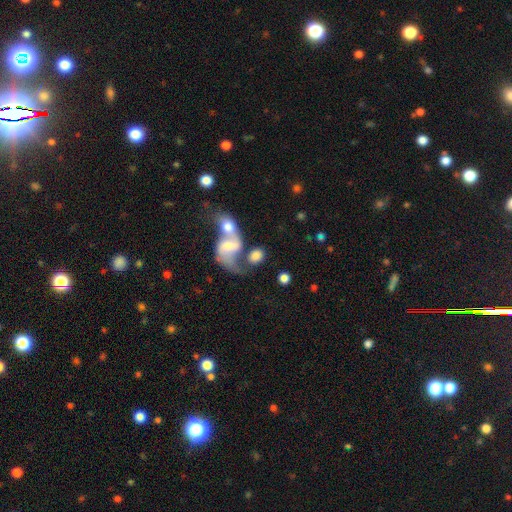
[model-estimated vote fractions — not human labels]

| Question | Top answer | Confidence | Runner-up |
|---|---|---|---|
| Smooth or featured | smooth | 54% | featured or disk (38%) |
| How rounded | in between | 60% | round (37%) |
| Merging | merger | 60% | none (23%) |